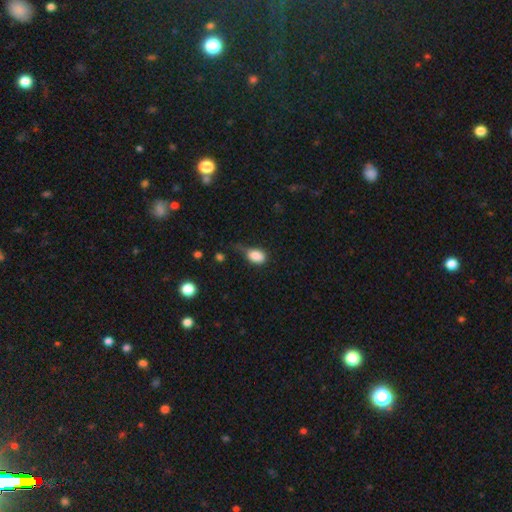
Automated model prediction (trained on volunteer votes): The model was most divided on "merging": minor disturbance: 41%, major disturbance: 29%, none: 25%, merger: 5%. More confident: smooth or featured — smooth (83%); how rounded — in between (79%).